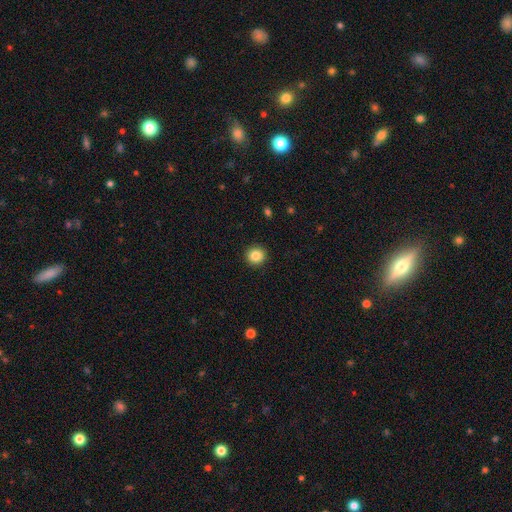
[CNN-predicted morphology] Smooth or featured? Predicted: smooth (p=0.86). How rounded? Predicted: round (p=0.93). Merging? Predicted: none (p=0.92).